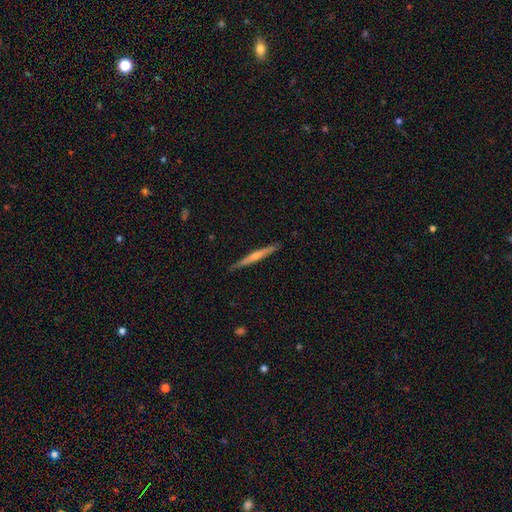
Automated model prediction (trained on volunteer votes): A featured or disk galaxy (69%) viewed edge-on (97%) with a rounded central bulge (68%). Merging: none (90%).